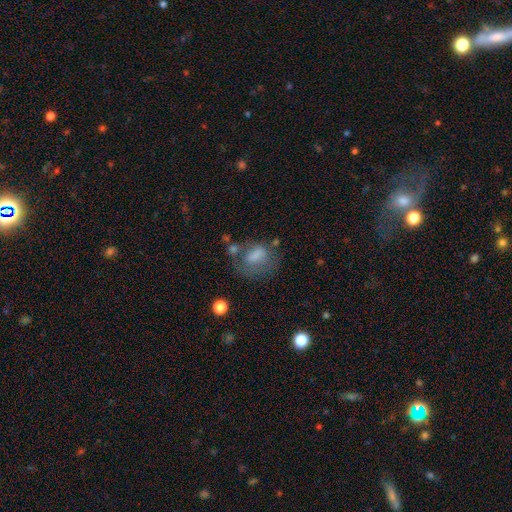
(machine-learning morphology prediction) smooth_or_featured: smooth (p=0.62) [alt: featured or disk p=0.27]
how_rounded: in between (p=0.65) [alt: round p=0.33]
merging: none (p=0.34) [alt: major disturbance p=0.33]